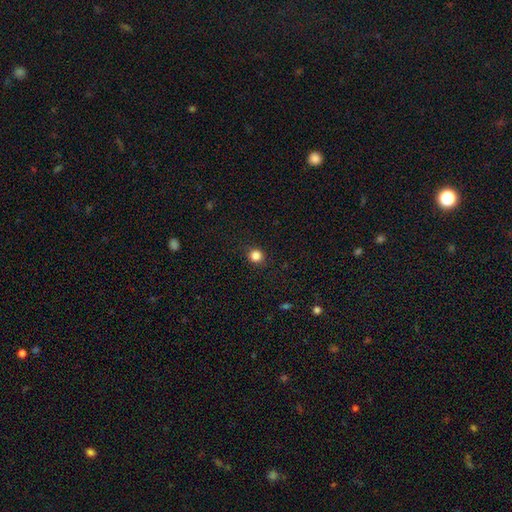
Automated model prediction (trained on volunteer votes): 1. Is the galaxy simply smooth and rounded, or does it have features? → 84% smooth, 12% star or artifact, 4% featured or disk.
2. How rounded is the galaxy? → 90% round, 9% in between, 1% cigar-shaped.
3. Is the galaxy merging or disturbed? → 90% none, 6% minor disturbance, 2% major disturbance, 1% merger.